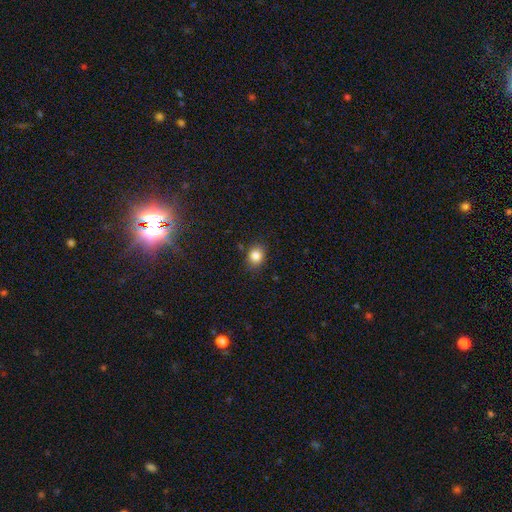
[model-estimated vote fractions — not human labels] This appears to be a smooth galaxy with no disk features (83%) that is round (59%). Merging: none (84%).